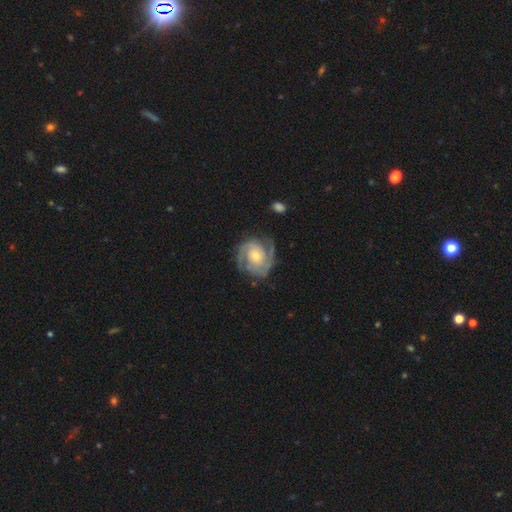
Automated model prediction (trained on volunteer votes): smooth_or_featured: featured or disk (p=0.89) [alt: smooth p=0.07]
disk_edge_on: no (p=0.98) [alt: yes p=0.02]
bar: no (p=0.70) [alt: weak p=0.24]
has_spiral_arms: yes (p=0.97) [alt: no p=0.03]
spiral_winding: tight (p=0.53) [alt: medium p=0.39]
spiral_arm_count: 2 (p=0.75) [alt: 3 p=0.11]
bulge_size: small (p=0.51) [alt: moderate p=0.42]
merging: none (p=0.75) [alt: minor disturbance p=0.16]